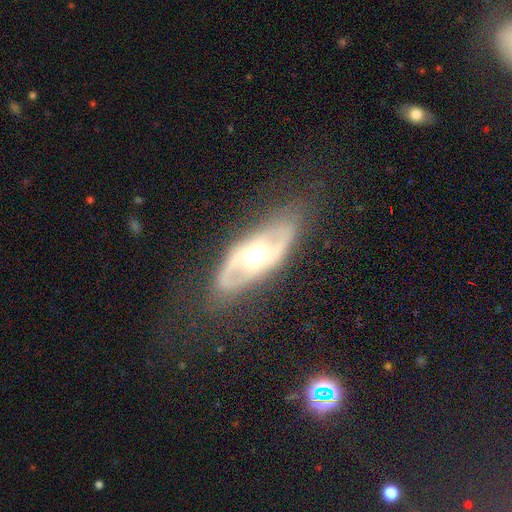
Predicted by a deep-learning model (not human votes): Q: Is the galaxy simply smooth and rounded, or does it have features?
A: featured or disk — 78%.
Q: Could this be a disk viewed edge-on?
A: no — 84%.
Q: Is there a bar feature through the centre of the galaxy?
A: no — 49%.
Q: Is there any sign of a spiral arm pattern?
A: yes — 66%.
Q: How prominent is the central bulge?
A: moderate — 69%.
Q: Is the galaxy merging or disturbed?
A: none — 77%.